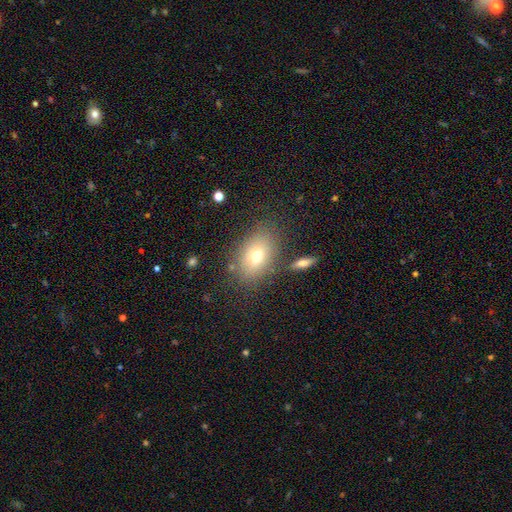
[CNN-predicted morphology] Q: Smooth or featured?
A: smooth (71%); runner-up: featured or disk (17%)
Q: How rounded?
A: in between (80%); runner-up: round (18%)
Q: Merging?
A: none (77%); runner-up: minor disturbance (12%)